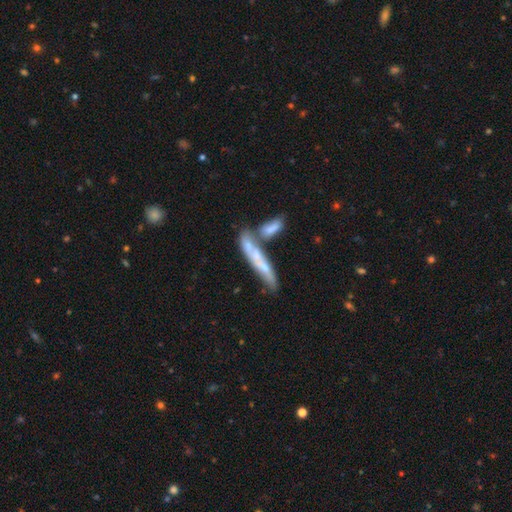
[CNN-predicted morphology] This is possibly a featured or disk galaxy (48%). Merging: marginally merger (40%).